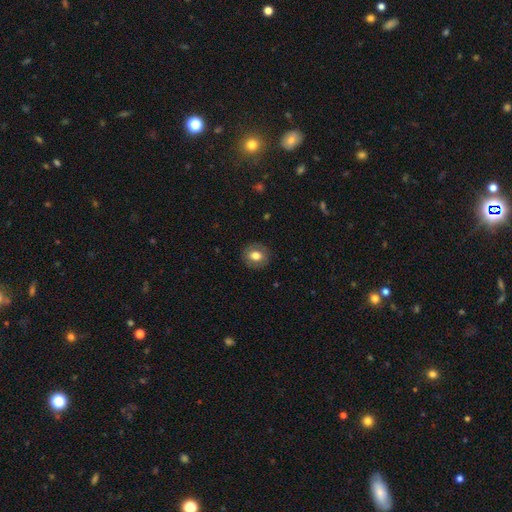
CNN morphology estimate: The model was most divided on "how rounded": round: 71%, in between: 28%, cigar-shaped: 1%. More confident: merging — none (87%); smooth or featured — smooth (72%).